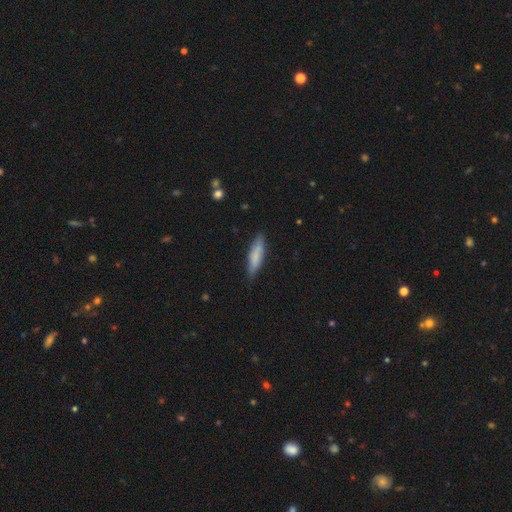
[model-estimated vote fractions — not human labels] This appears to be a smooth galaxy with no disk features (75%) that is cigar-shaped (75%). Merging: none (82%).